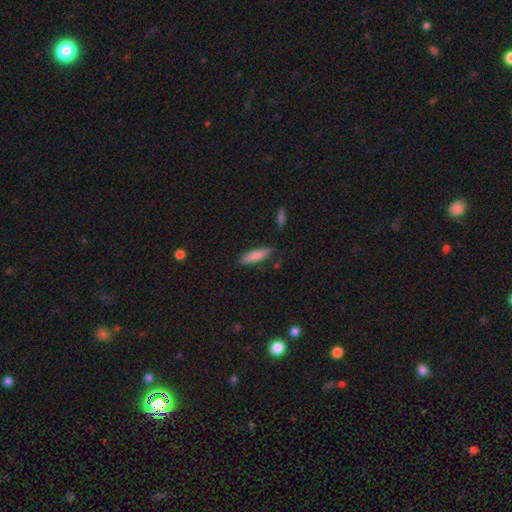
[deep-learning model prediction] smooth_or_featured: smooth (p=0.80) [alt: featured or disk p=0.14]
how_rounded: cigar-shaped (p=0.67) [alt: in between p=0.31]
merging: none (p=0.81) [alt: minor disturbance p=0.14]